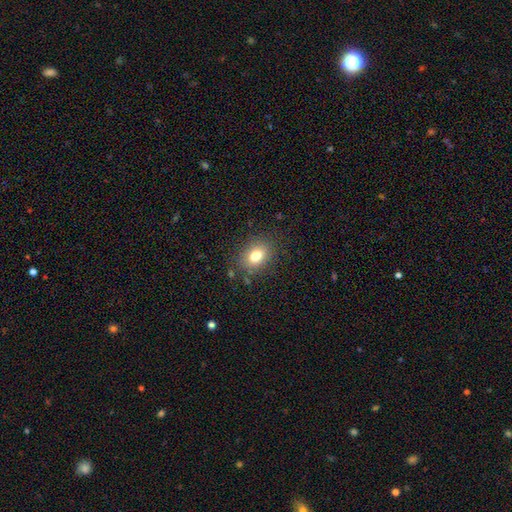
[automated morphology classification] smooth 78%, star or artifact 11%, featured or disk 10%. Down the decision tree: how rounded — in between (66%); merging — none (83%).